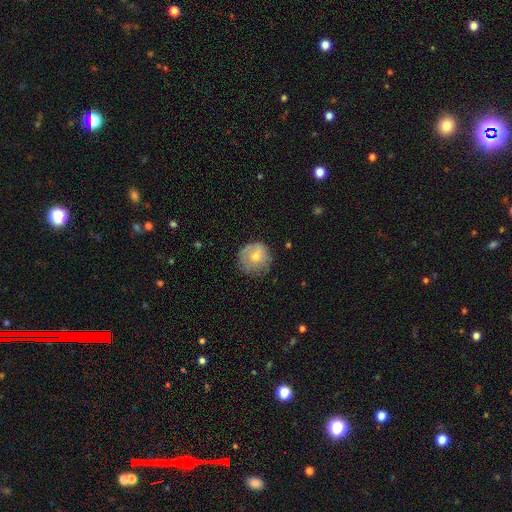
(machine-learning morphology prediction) type=smooth (65%); roundness=round (90%); merging=none (68%).